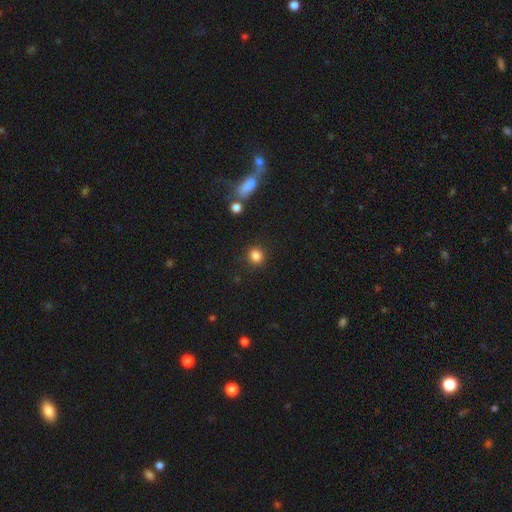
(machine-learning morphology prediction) Smooth or featured: smooth — 85% (star or artifact — 11%)
How rounded: round — 86% (in between — 12%)
Merging: none — 86% (minor disturbance — 8%)